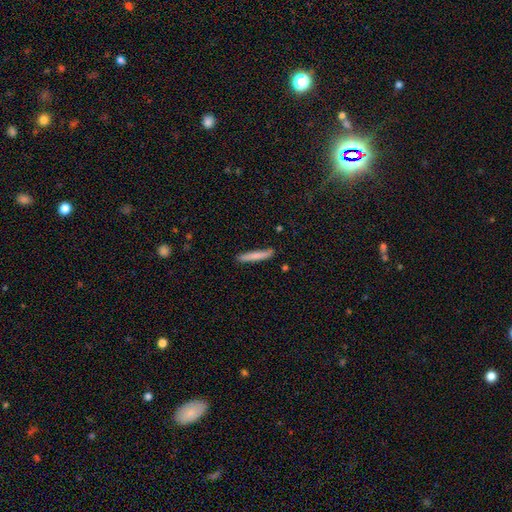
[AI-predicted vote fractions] A smooth galaxy with no disk features (77%) that is cigar-shaped (94%). Merging: none (84%).